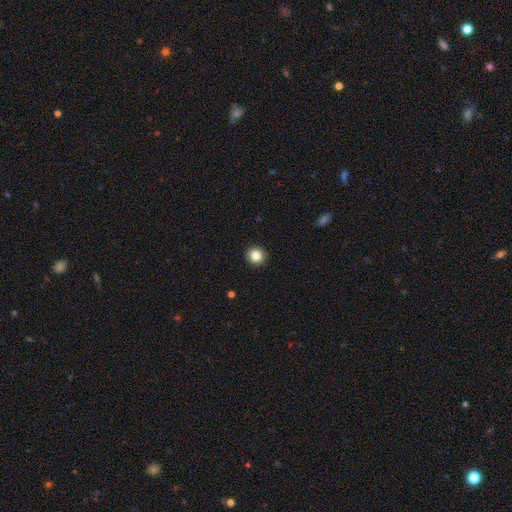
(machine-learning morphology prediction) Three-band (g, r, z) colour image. It shows a smooth galaxy with no disk features (85%) that is round (93%). Merging: none (93%).